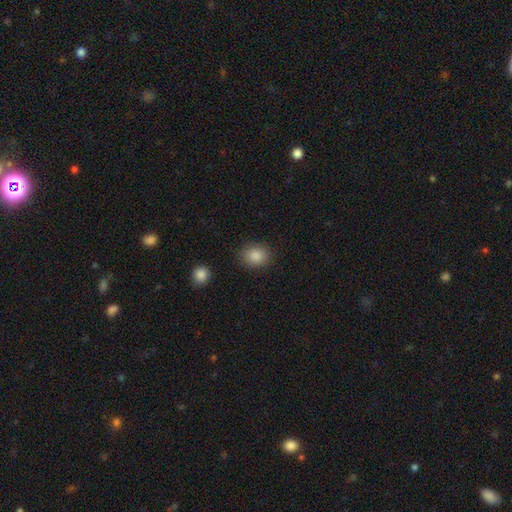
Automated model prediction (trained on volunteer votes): A smooth galaxy with no disk features (88%) that is round (59%). Merging: none (85%).